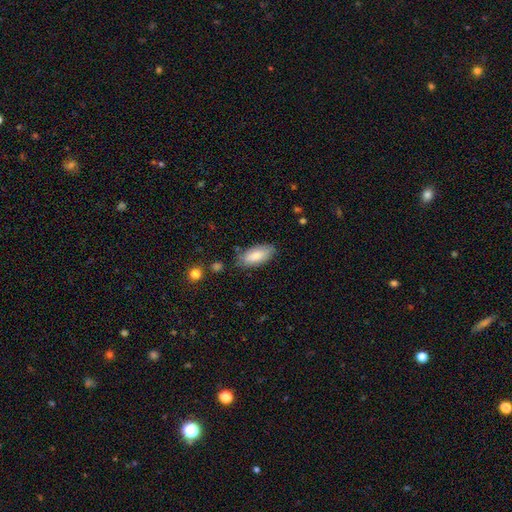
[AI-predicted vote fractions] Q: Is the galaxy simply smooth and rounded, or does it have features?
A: smooth — 83%.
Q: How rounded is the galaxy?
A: in between — 89%.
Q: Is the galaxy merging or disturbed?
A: none — 77%.